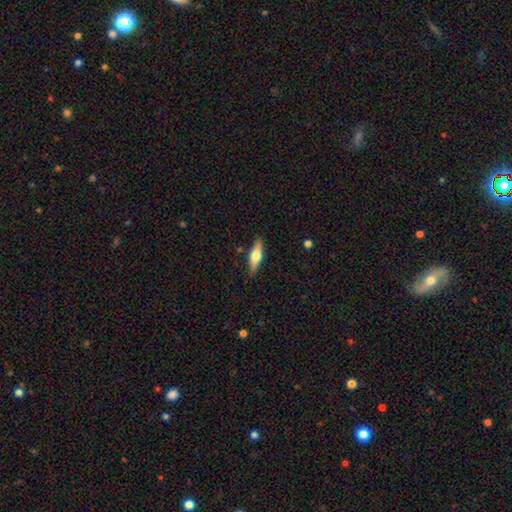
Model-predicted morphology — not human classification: smooth-or-featured: smooth: 51% | featured or disk: 43% | star or artifact: 6%
  how-rounded: cigar-shaped: 53% | in between: 45% | round: 3%
  merging: none: 85% | minor disturbance: 12% | major disturbance: 2% | merger: 1%